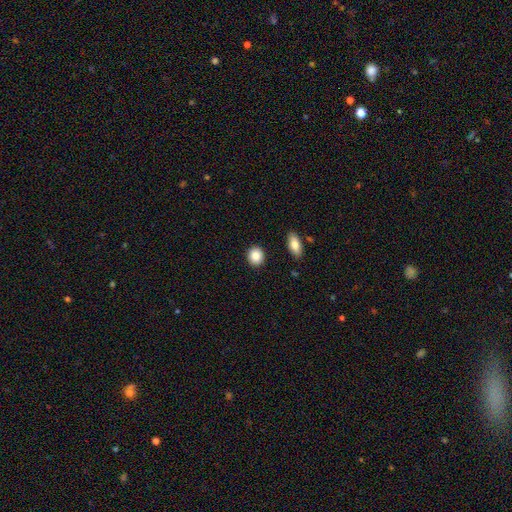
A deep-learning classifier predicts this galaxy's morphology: Overall: smooth (86%). How rounded: round (76%). Merging: none (90%).